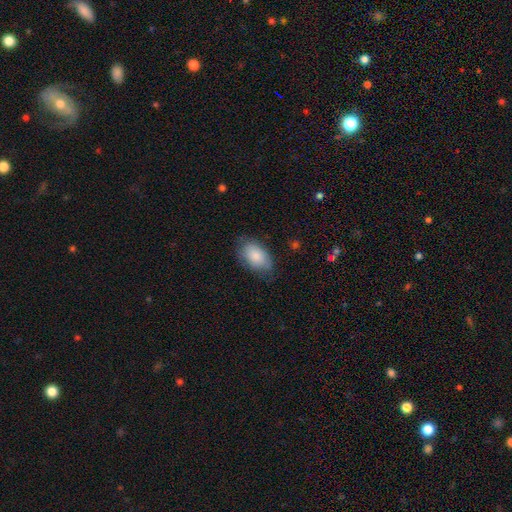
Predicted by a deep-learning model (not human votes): Overall: smooth (83%). How rounded: in between (93%). Merging: none (72%).